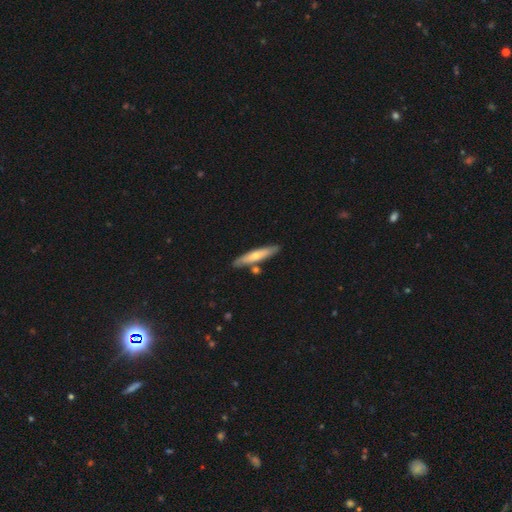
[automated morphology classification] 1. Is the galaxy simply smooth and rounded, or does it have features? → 55% smooth, 39% featured or disk, 5% star or artifact.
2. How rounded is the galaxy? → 87% cigar-shaped, 12% in between, 2% round.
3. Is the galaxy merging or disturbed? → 78% none, 11% minor disturbance, 9% merger, 2% major disturbance.